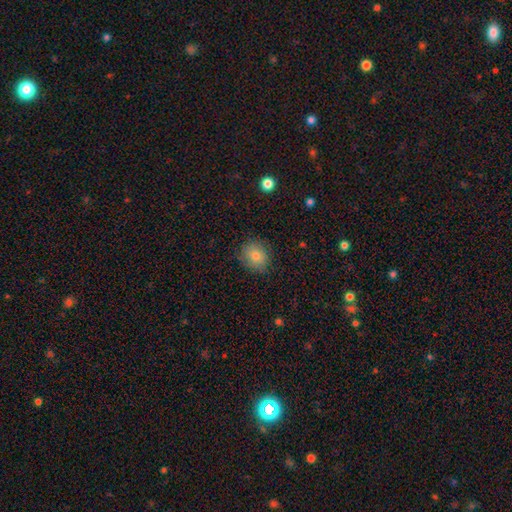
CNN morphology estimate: smooth-or-featured: smooth: 79% | star or artifact: 11% | featured or disk: 9%
  how-rounded: round: 79% | in between: 20% | cigar-shaped: 1%
  merging: none: 86% | minor disturbance: 11% | major disturbance: 3% | merger: 1%